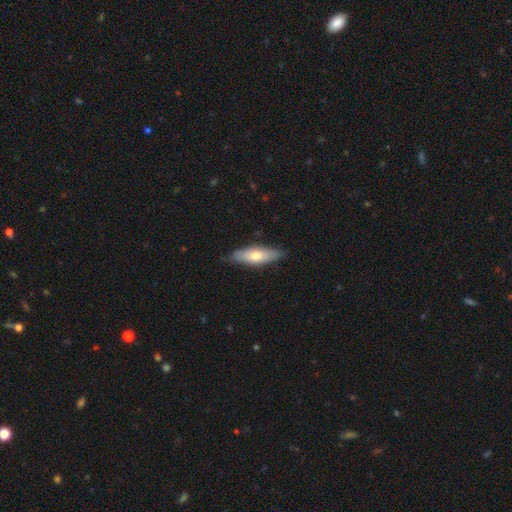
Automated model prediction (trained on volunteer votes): This is possibly a smooth galaxy (59%). How rounded: possibly in between (50%). Merging: clearly none (83%).